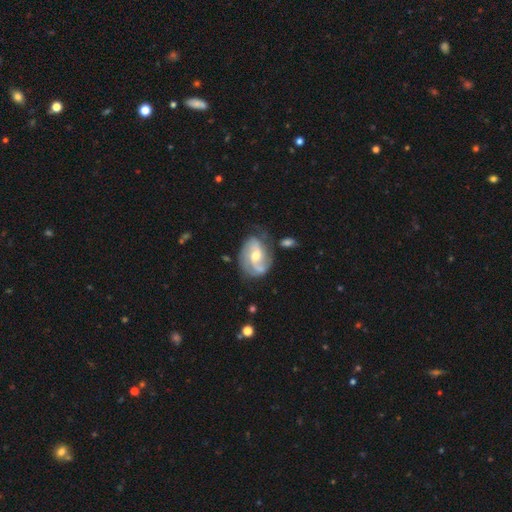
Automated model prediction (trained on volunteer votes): A featured or disk galaxy (84%) with a weak bar (44%), 2 (66%) medium (46%) spiral arms (95%) and a moderate central bulge (59%).

Vote fractions:
- Smooth or featured? featured or disk: 84% / smooth: 11% / star or artifact: 5%
- Edge-on disk? no: 97% / yes: 3%
- Bar? weak: 44% / no: 43% / strong: 13%
- Spiral arms? yes: 95% / no: 5%
- Spiral winding? medium: 46% / tight: 29% / loose: 25%
- Spiral arm count? 2: 66% / 3: 12% / can't tell: 12% / 1: 6% / 4: 2% / more than 4: 2%
- Bulge size? moderate: 59% / small: 35% / large: 3% / none: 1% / dominant: 1%
- Merging? none: 61% / minor disturbance: 23% / major disturbance: 11% / merger: 5%